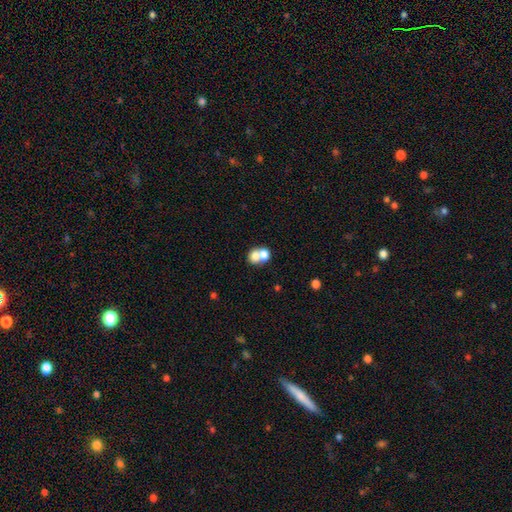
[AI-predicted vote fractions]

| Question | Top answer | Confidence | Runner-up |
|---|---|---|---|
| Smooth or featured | smooth | 72% | featured or disk (17%) |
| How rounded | round | 59% | in between (40%) |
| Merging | merger | 63% | none (27%) |